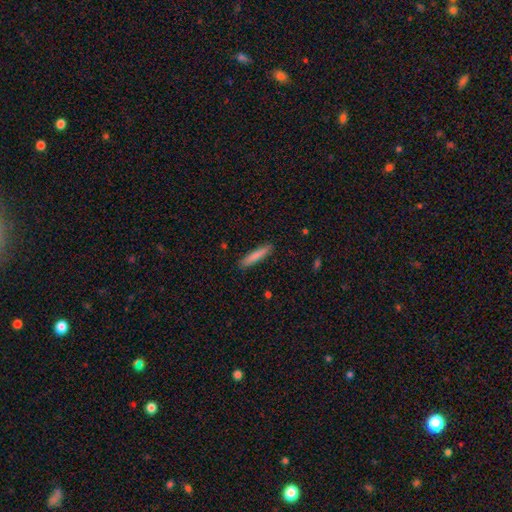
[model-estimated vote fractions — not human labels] This is clearly a smooth galaxy (81%). How rounded: clearly cigar-shaped (90%). Merging: clearly none (90%).